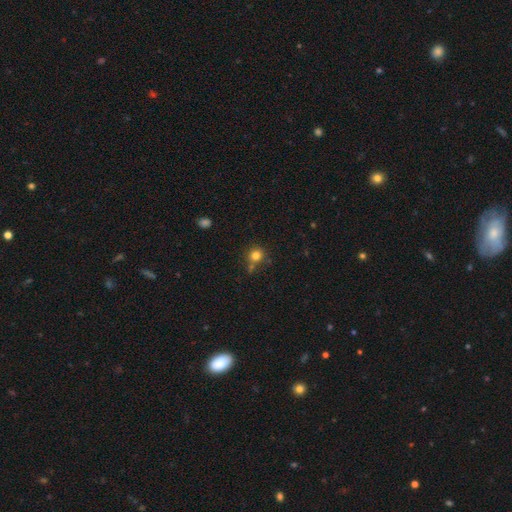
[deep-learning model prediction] Q: Smooth or featured?
A: smooth (79%); runner-up: star or artifact (13%)
Q: How rounded?
A: round (87%); runner-up: in between (12%)
Q: Merging?
A: none (67%); runner-up: minor disturbance (15%)